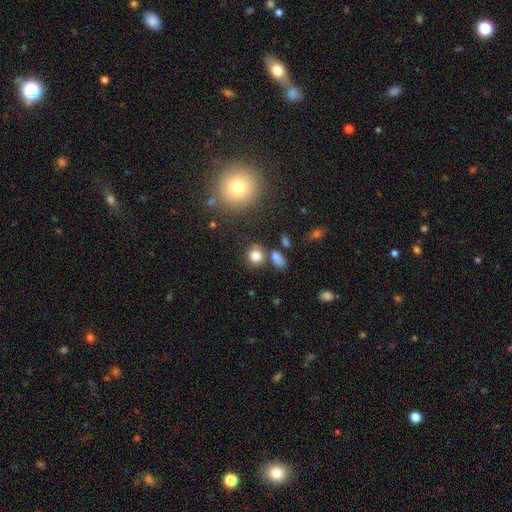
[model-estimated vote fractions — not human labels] Smooth or featured?
  - smooth: 81% *
  - star or artifact: 13%
  - featured or disk: 6%
How rounded?
  - round: 80% *
  - in between: 18%
  - cigar-shaped: 1%
Merging?
  - none: 72% *
  - merger: 12%
  - minor disturbance: 12%
  - major disturbance: 5%